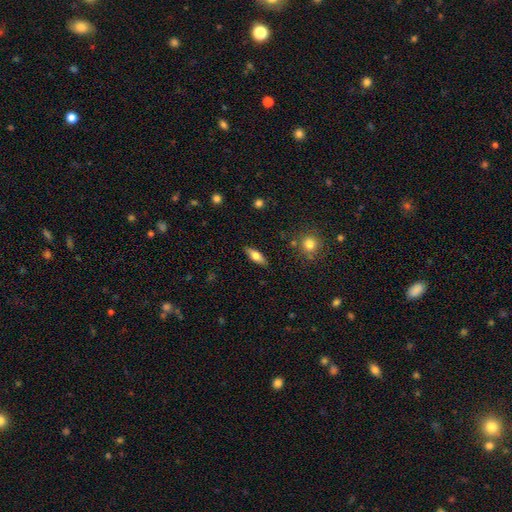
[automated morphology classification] Overall: smooth (65%; featured or disk 28%). How rounded: in between (64%; cigar-shaped 33%). Merging: none (86%).